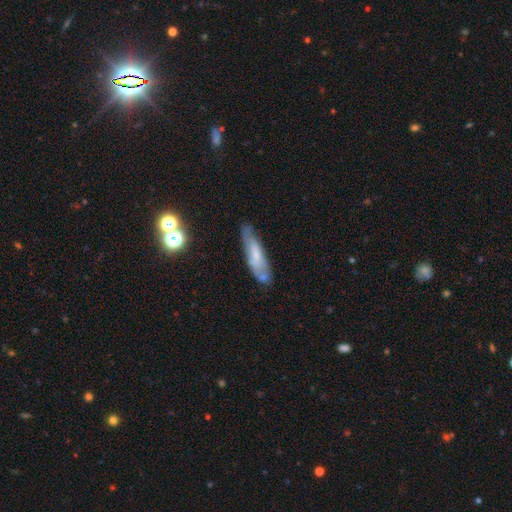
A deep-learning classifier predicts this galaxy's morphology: This is possibly a smooth galaxy (48%). Merging: likely none (60%).